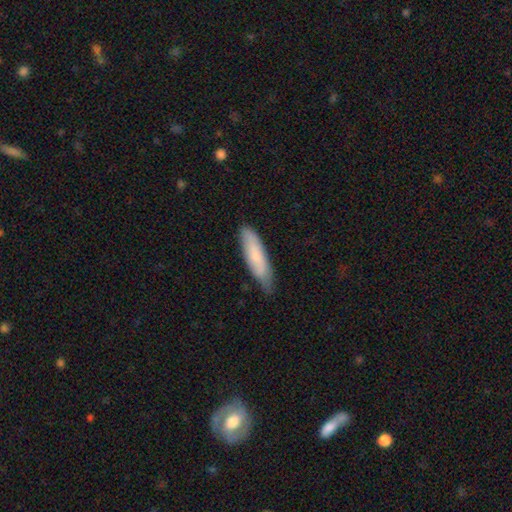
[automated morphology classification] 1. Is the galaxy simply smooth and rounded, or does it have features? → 76% smooth, 19% featured or disk, 5% star or artifact.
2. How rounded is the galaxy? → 63% cigar-shaped, 35% in between, 1% round.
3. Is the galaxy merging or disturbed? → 71% none, 24% minor disturbance, 3% major disturbance, 1% merger.